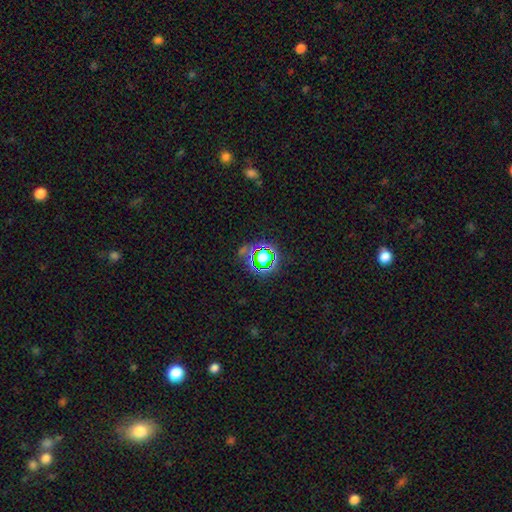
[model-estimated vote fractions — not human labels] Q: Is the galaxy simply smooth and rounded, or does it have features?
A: star or artifact — 74%.